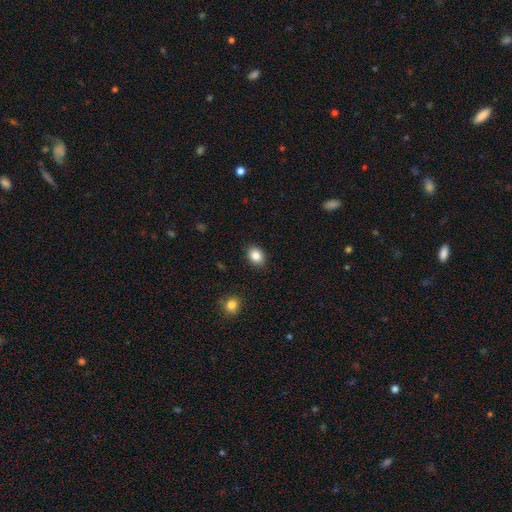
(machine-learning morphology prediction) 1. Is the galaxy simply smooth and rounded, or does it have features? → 86% smooth, 9% star or artifact, 5% featured or disk.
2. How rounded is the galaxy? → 60% in between, 39% round, 1% cigar-shaped.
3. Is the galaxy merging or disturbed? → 89% none, 8% minor disturbance, 2% major disturbance, 1% merger.